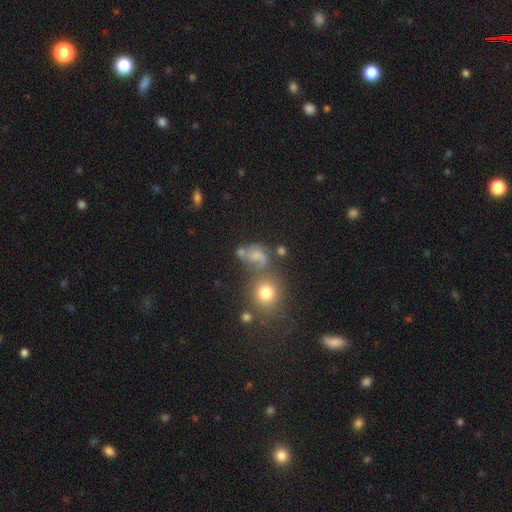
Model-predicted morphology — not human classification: Smooth or featured? smooth (43%)
Merging? none (38%)